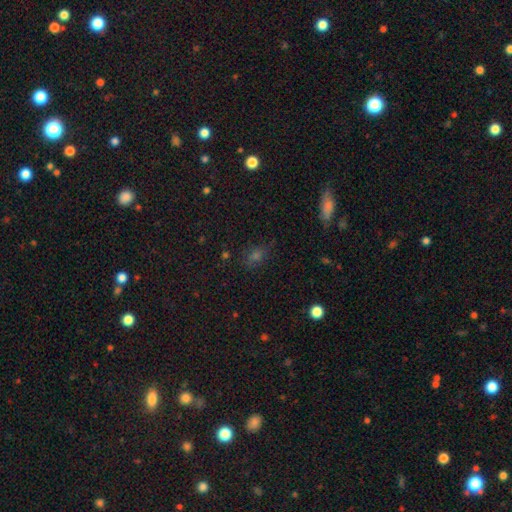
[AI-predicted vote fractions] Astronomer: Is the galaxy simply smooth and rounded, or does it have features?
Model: smooth — 53% (runner-up: star or artifact, 36%).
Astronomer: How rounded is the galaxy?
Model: in between — 61% (runner-up: round, 36%).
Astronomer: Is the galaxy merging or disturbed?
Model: none — 75%.